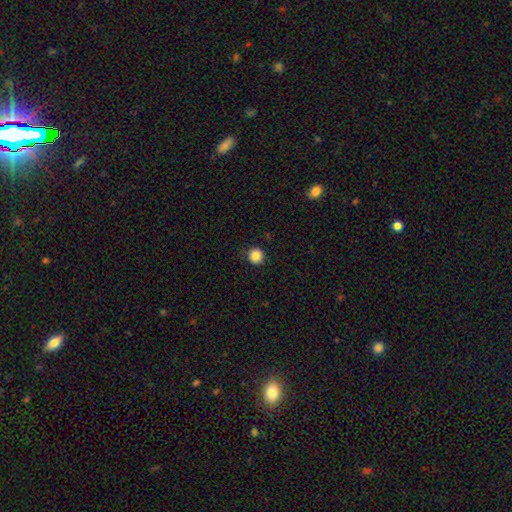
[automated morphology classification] Smooth or featured?
  - smooth: 85% *
  - star or artifact: 10%
  - featured or disk: 5%
How rounded?
  - round: 95% *
  - in between: 4%
  - cigar-shaped: 1%
Merging?
  - none: 90% *
  - minor disturbance: 7%
  - major disturbance: 2%
  - merger: 1%